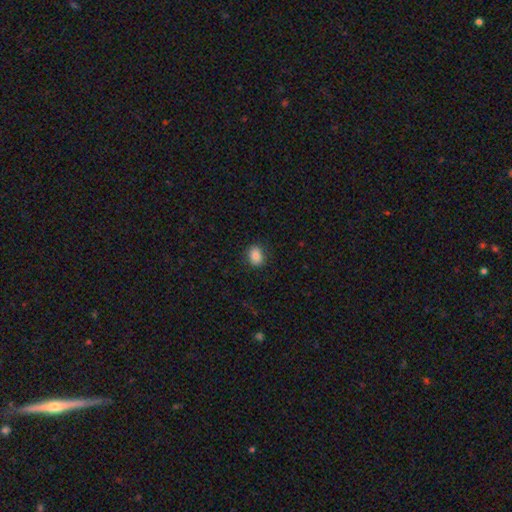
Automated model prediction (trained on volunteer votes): A smooth galaxy with no disk features (84%) that is in between round and cigar-shaped (56%).

Vote fractions:
- Smooth or featured? smooth: 84% / star or artifact: 10% / featured or disk: 7%
- How rounded? in between: 56% / round: 43% / cigar-shaped: 1%
- Merging? none: 87% / minor disturbance: 10% / major disturbance: 3% / merger: 1%